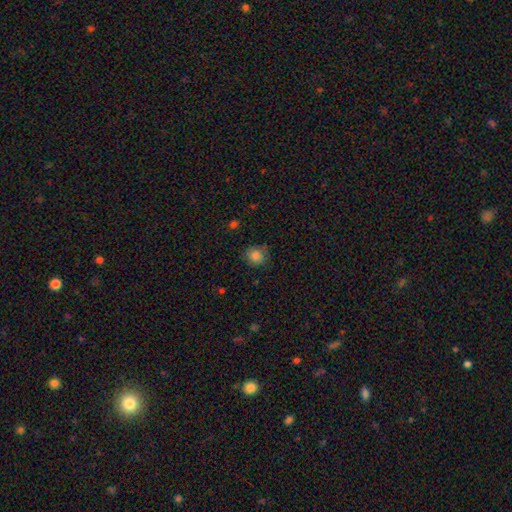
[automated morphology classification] Q: Smooth or featured?
A: smooth (83%); runner-up: star or artifact (11%)
Q: How rounded?
A: round (82%); runner-up: in between (17%)
Q: Merging?
A: none (77%); runner-up: minor disturbance (17%)